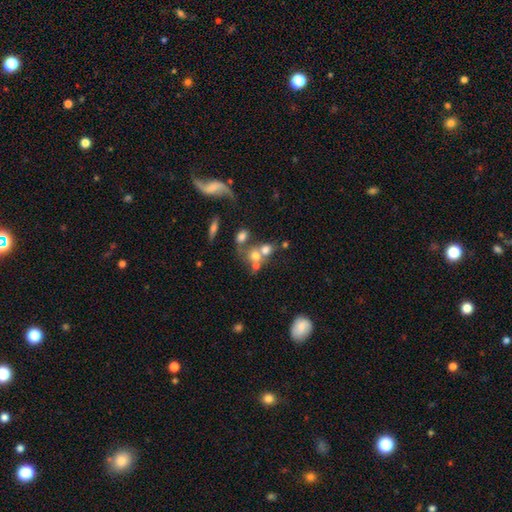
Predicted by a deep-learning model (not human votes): This is likely a smooth galaxy (62%). How rounded: likely round (68%). Merging: possibly merger (54%).